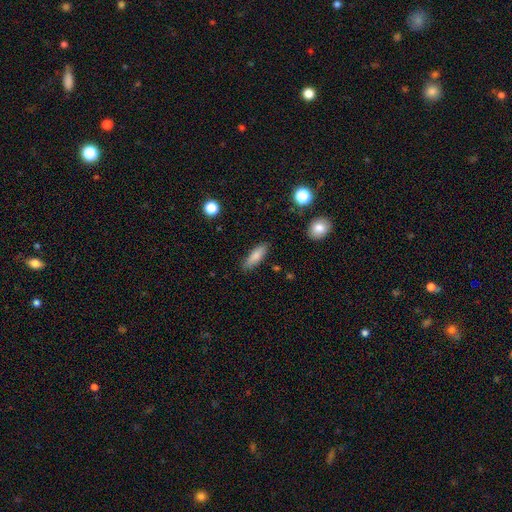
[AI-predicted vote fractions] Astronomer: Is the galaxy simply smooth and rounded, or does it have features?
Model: smooth — 83%.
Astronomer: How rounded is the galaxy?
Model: in between — 51% (runner-up: cigar-shaped, 47%).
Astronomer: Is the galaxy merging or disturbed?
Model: none — 85%.